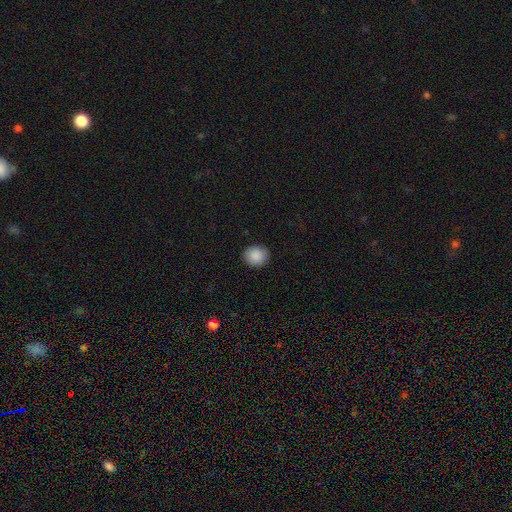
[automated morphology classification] Smooth or featured: smooth — 89% (star or artifact — 8%)
How rounded: round — 77% (in between — 22%)
Merging: none — 90% (minor disturbance — 7%)